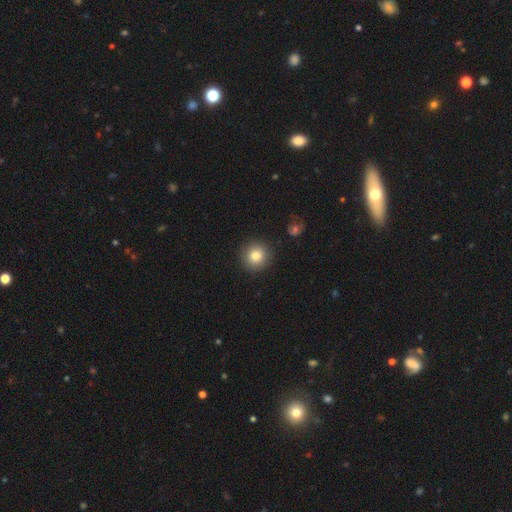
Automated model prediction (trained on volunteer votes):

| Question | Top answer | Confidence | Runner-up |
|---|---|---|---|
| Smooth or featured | smooth | 81% | star or artifact (11%) |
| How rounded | round | 94% | in between (5%) |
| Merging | none | 90% | minor disturbance (6%) |